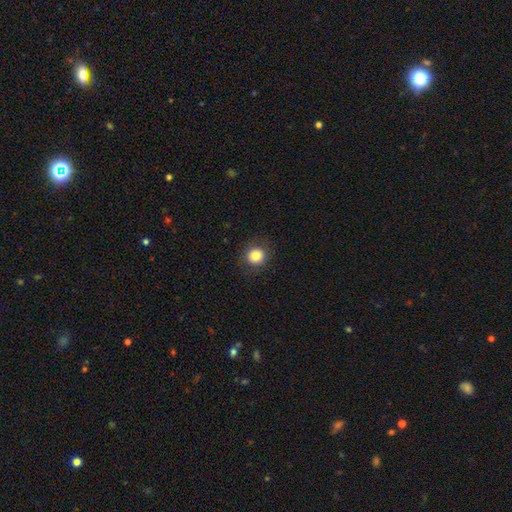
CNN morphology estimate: This appears to be a smooth galaxy with no disk features (83%) that is round (90%). Merging: none (89%).